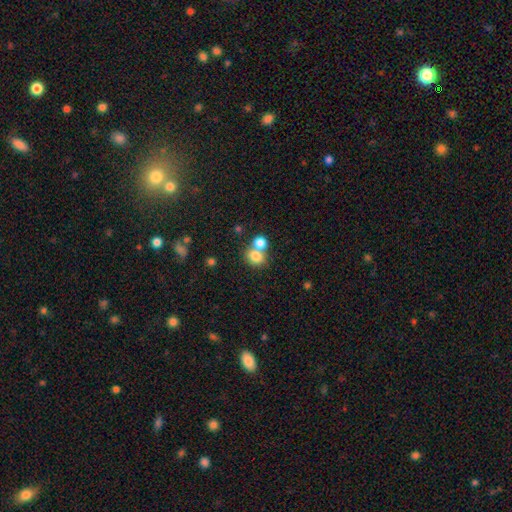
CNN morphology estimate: Smooth or featured? smooth (79%)
How rounded? round (68%)
Merging? merger (48%)